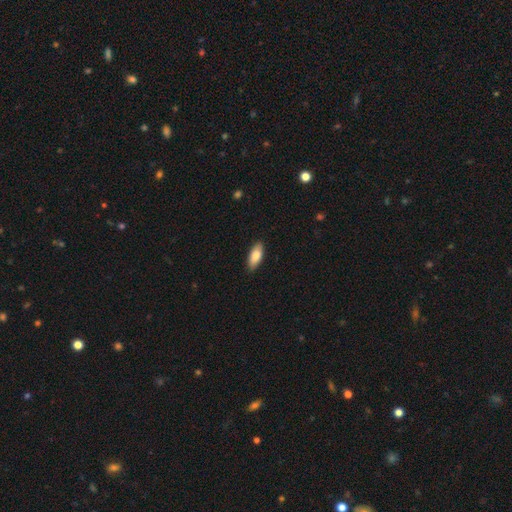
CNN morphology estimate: type=smooth (85%); roundness=in between (84%); merging=none (87%).